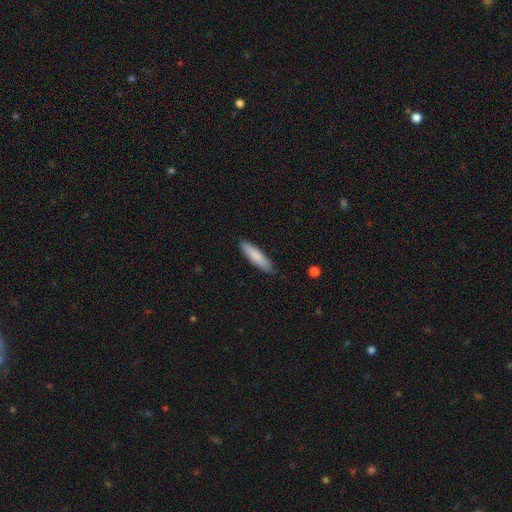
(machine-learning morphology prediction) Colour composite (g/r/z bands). It shows a smooth galaxy with no disk features (83%) that is cigar-shaped (74%). Merging: none (88%).